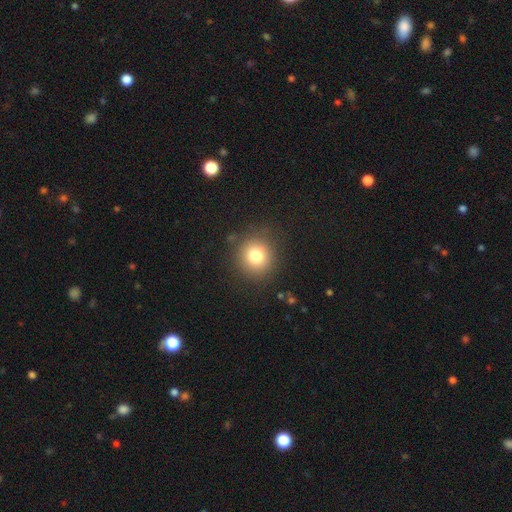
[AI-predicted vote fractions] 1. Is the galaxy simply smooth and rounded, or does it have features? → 79% smooth, 13% star or artifact, 9% featured or disk.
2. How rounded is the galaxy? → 90% round, 9% in between, 1% cigar-shaped.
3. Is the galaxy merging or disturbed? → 87% none, 8% minor disturbance, 3% major disturbance, 2% merger.